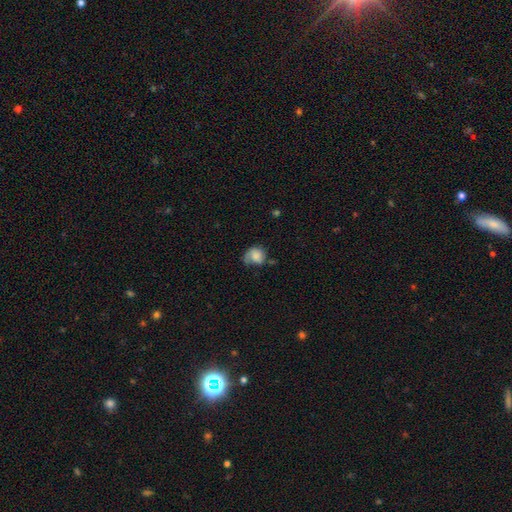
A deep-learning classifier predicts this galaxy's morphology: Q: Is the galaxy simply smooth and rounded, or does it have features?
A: smooth — 67%.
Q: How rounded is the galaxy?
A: round — 64%.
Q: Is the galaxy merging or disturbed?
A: none — 38%.